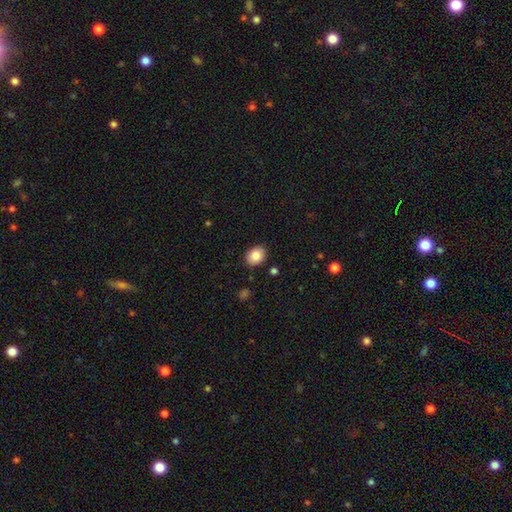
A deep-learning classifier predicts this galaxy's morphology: A smooth galaxy with no disk features (85%) that is in between round and cigar-shaped (60%).

Vote fractions:
- Smooth or featured? smooth: 85% / star or artifact: 8% / featured or disk: 8%
- How rounded? in between: 60% / round: 39% / cigar-shaped: 1%
- Merging? none: 88% / minor disturbance: 9% / major disturbance: 2% / merger: 2%